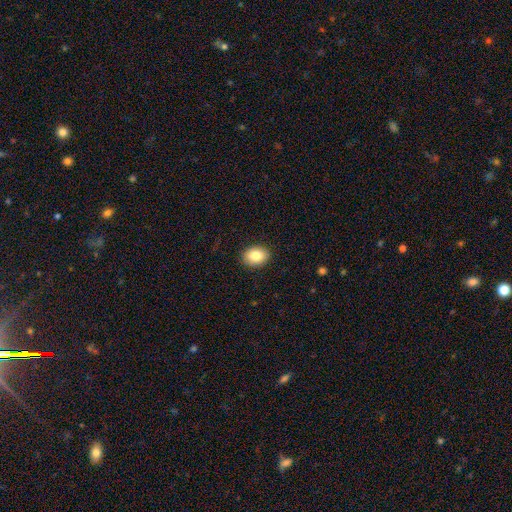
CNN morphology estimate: smooth_or_featured: smooth (p=0.84) [alt: star or artifact p=0.08]
how_rounded: in between (p=0.67) [alt: round p=0.32]
merging: none (p=0.90) [alt: minor disturbance p=0.07]